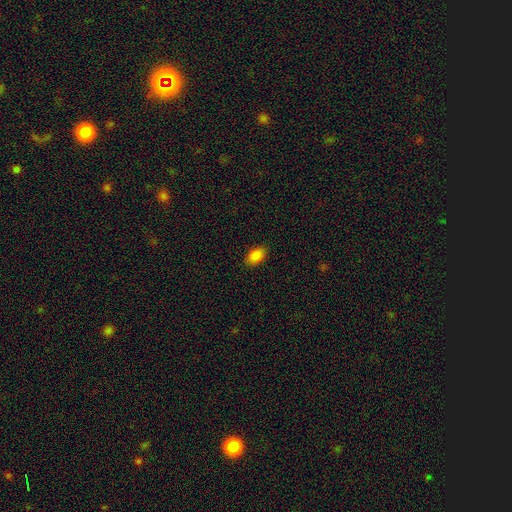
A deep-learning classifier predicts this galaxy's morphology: A smooth galaxy with no disk features (86%) that is in between round and cigar-shaped (91%).

Vote fractions:
- Smooth or featured? smooth: 86% / star or artifact: 9% / featured or disk: 5%
- How rounded? in between: 91% / round: 7% / cigar-shaped: 2%
- Merging? none: 88% / minor disturbance: 9% / major disturbance: 2% / merger: 1%